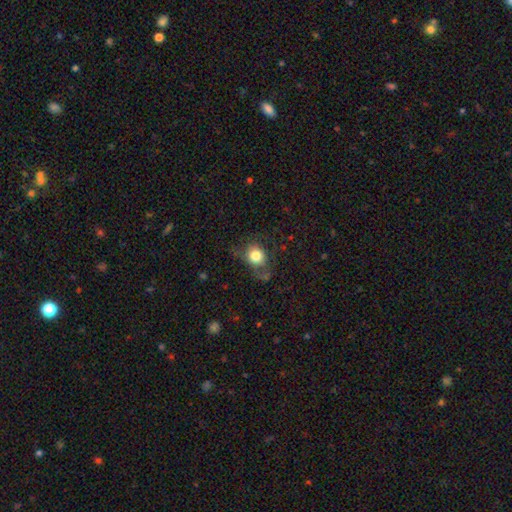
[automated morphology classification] smooth-or-featured: smooth: 76% | featured or disk: 15% | star or artifact: 9%
  how-rounded: round: 72% | in between: 27% | cigar-shaped: 1%
  merging: none: 56% | minor disturbance: 24% | major disturbance: 18% | merger: 2%